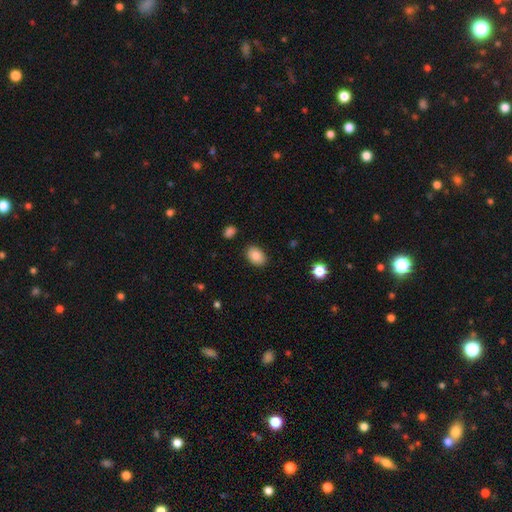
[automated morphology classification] Smooth or featured: smooth — 85% (star or artifact — 8%)
How rounded: in between — 80% (round — 19%)
Merging: none — 87% (minor disturbance — 9%)